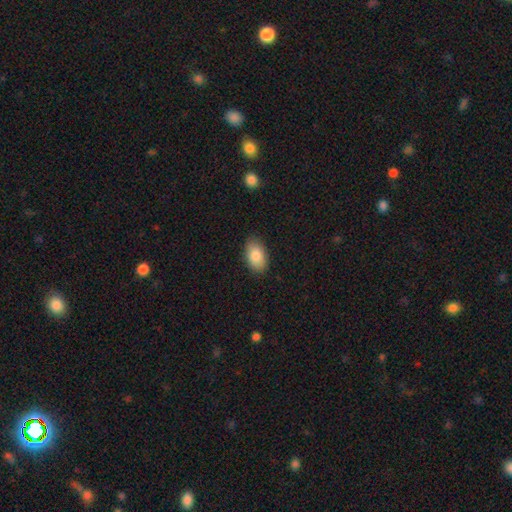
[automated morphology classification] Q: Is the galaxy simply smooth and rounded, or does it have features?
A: smooth — 84%.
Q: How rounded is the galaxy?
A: in between — 92%.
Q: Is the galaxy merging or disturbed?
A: none — 85%.